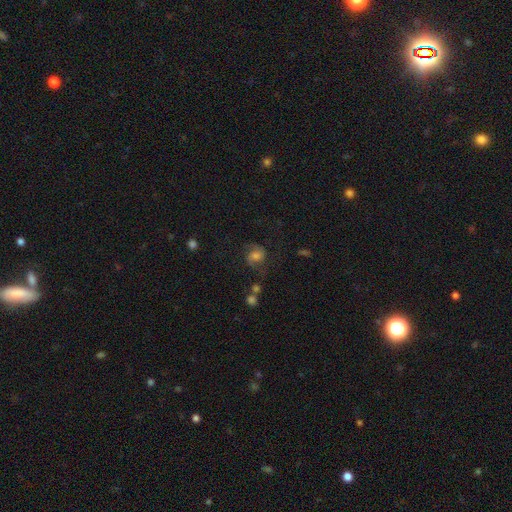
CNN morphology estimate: Smooth or featured?
  - featured or disk: 60% *
  - smooth: 28%
  - star or artifact: 12%
Edge-on disk?
  - no: 97% *
  - yes: 3%
Bar?
  - no: 56% *
  - weak: 36%
  - strong: 8%
Spiral arms?
  - yes: 91% *
  - no: 9%
Spiral winding?
  - medium: 52% *
  - loose: 32%
  - tight: 16%
Spiral arm count?
  - 2: 86% *
  - can't tell: 6%
  - 1: 5%
  - 3: 2%
  - 4: 1%
  - more than 4: 1%
Bulge size?
  - moderate: 44% *
  - large: 21%
  - small: 21%
  - none: 11%
  - dominant: 4%
Merging?
  - none: 60% *
  - minor disturbance: 20%
  - major disturbance: 16%
  - merger: 4%